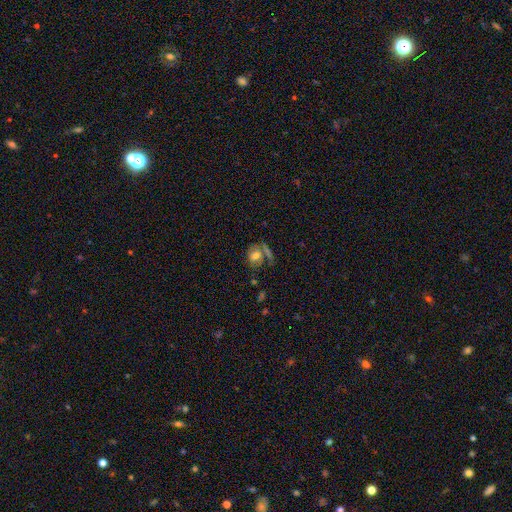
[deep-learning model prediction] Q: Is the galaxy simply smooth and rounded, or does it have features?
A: smooth — 59%.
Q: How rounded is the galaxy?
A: in between — 52%.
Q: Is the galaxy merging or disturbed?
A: none — 48%.